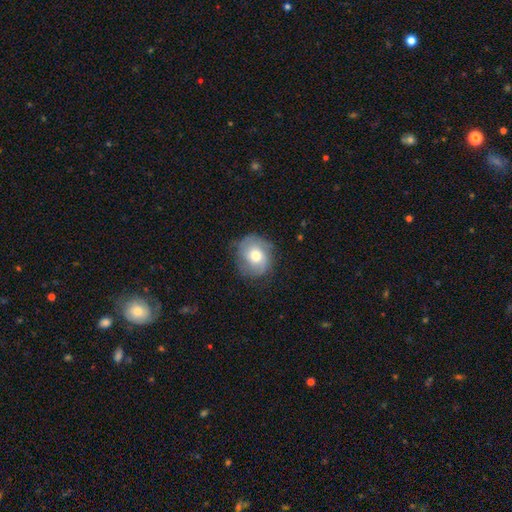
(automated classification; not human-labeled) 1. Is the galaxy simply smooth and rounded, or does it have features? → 49% smooth, 44% featured or disk, 8% star or artifact.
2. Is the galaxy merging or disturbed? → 70% none, 21% minor disturbance, 8% major disturbance, 1% merger.